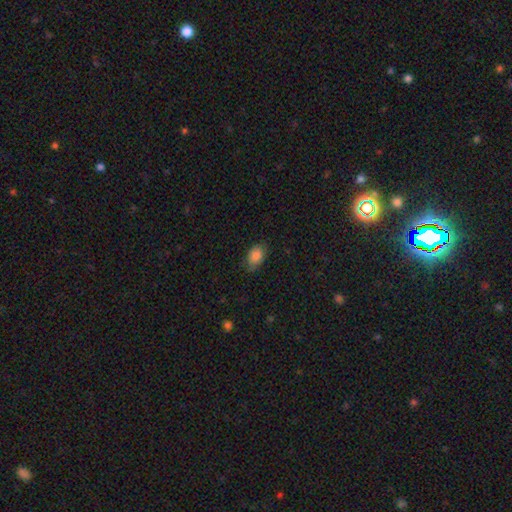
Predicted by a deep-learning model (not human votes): Smooth or featured? smooth (86%)
How rounded? in between (85%)
Merging? none (77%)